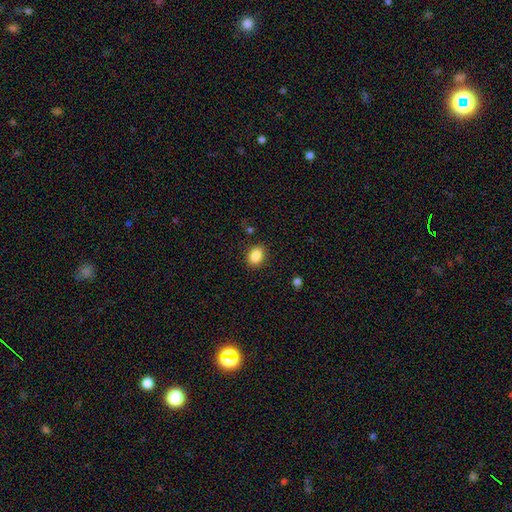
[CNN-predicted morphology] A smooth galaxy with no disk features (87%) that is in between round and cigar-shaped (69%). Merging: none (86%).